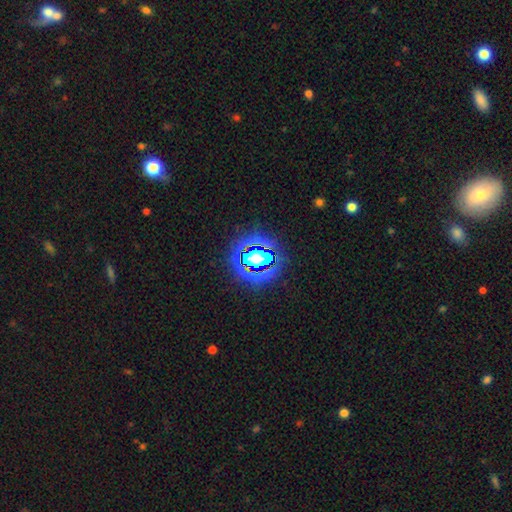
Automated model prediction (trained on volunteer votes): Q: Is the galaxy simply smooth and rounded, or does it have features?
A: star or artifact — 78%.